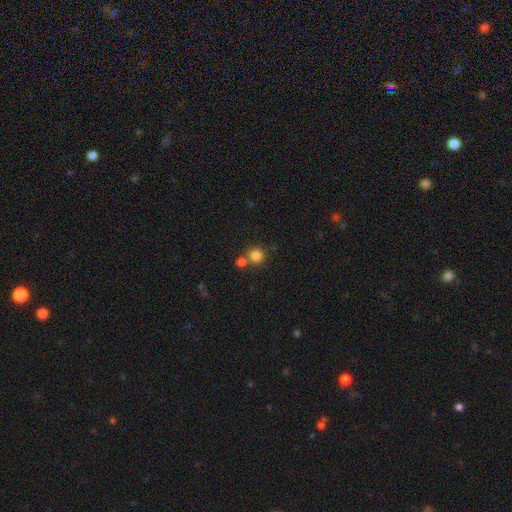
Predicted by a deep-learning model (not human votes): A smooth galaxy with no disk features (83%) that is round (93%). Merging: none (67%).